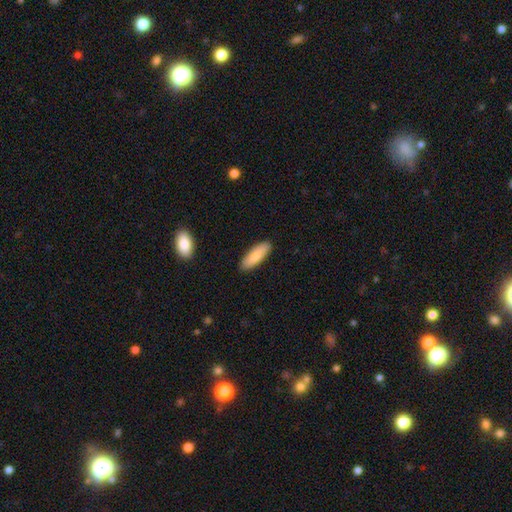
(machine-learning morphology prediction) Smooth or featured? Predicted: smooth (p=0.84). How rounded? Predicted: in between (p=0.59). Merging? Predicted: none (p=0.88).